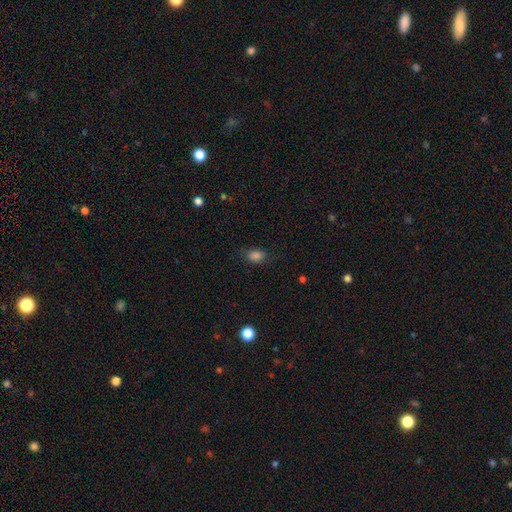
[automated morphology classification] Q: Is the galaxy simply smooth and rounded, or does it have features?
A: smooth — 81%.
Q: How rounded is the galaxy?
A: in between — 78%.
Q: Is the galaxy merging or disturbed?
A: none — 78%.